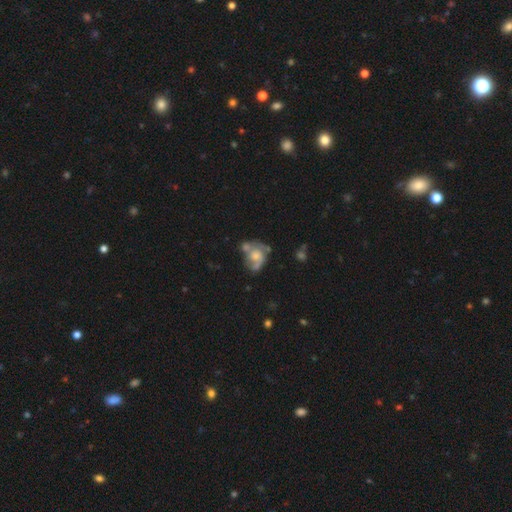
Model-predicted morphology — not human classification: Smooth or featured? featured or disk (63%)
Edge-on disk? no (97%)
Bar? no (75%)
Spiral arms? yes (75%)
Bulge size? moderate (43%)
Merging? none (32%)